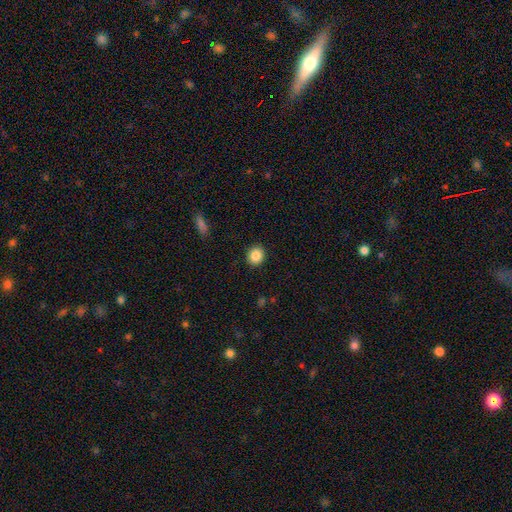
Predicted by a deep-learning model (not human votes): Smooth or featured? smooth (86%)
How rounded? round (70%)
Merging? none (91%)